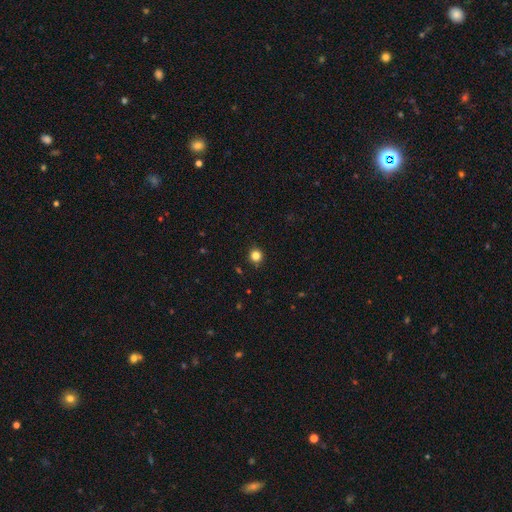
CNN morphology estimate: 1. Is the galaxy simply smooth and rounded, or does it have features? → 84% smooth, 12% star or artifact, 4% featured or disk.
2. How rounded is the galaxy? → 92% round, 7% in between, 1% cigar-shaped.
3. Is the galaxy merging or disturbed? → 92% none, 5% minor disturbance, 2% major disturbance, 1% merger.